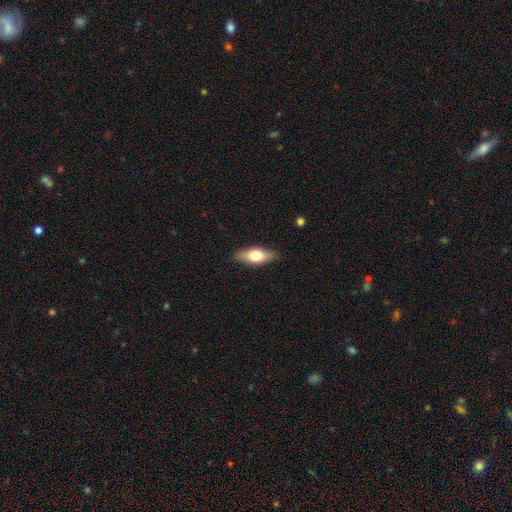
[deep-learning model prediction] smooth 66%, featured or disk 28%, star or artifact 6%. Down the decision tree: how rounded — in between (75%); merging — none (86%).